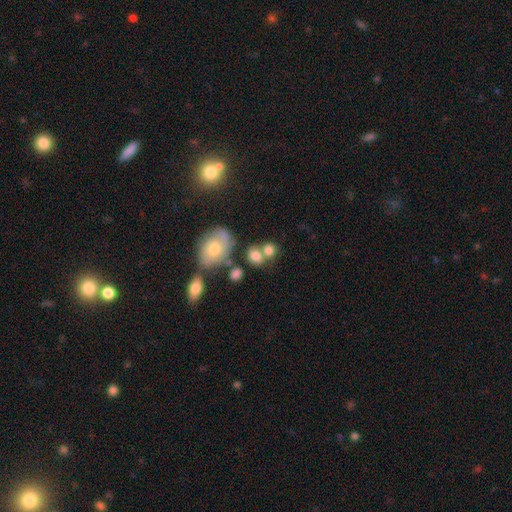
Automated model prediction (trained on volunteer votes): smooth-or-featured: smooth: 76% | featured or disk: 13% | star or artifact: 11%
  how-rounded: round: 57% | in between: 41% | cigar-shaped: 1%
  merging: none: 41% | merger: 40% | minor disturbance: 13% | major disturbance: 6%